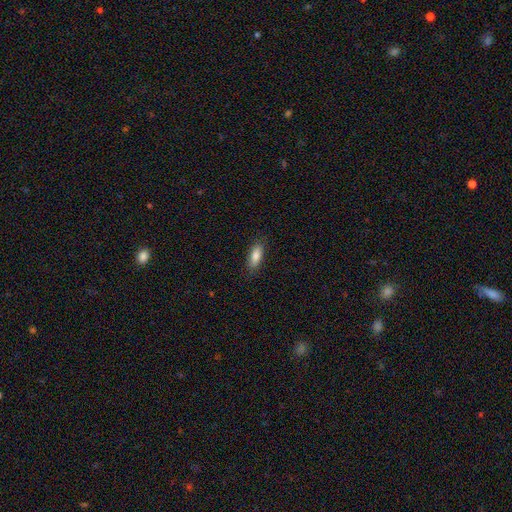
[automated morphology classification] Overall: smooth (83%). How rounded: in between (75%). Merging: none (85%).